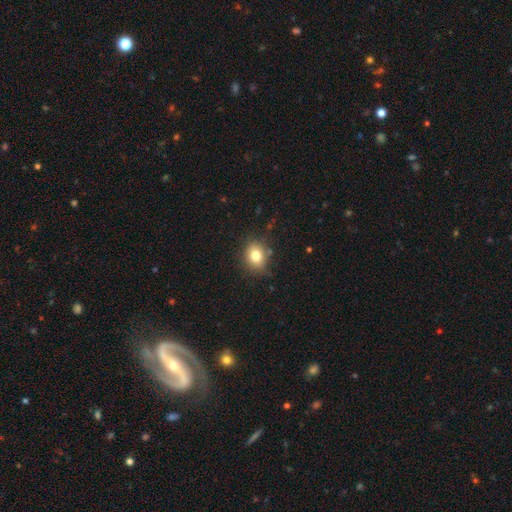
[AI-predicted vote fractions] Smooth or featured: smooth — 79% (star or artifact — 12%)
How rounded: round — 60% (in between — 39%)
Merging: none — 82% (minor disturbance — 13%)